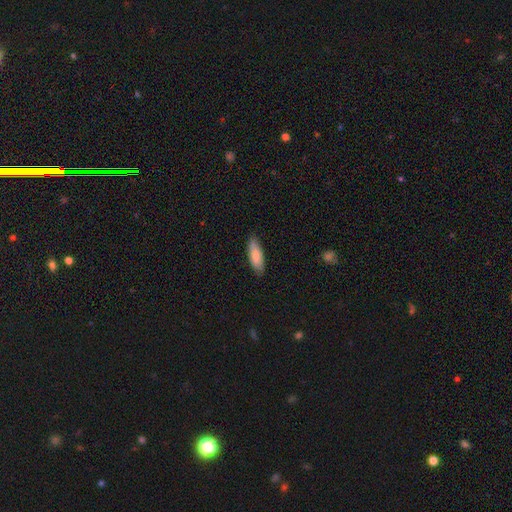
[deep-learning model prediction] Morphology: type=smooth (83%); roundness=in between (61%); merging=none (83%).